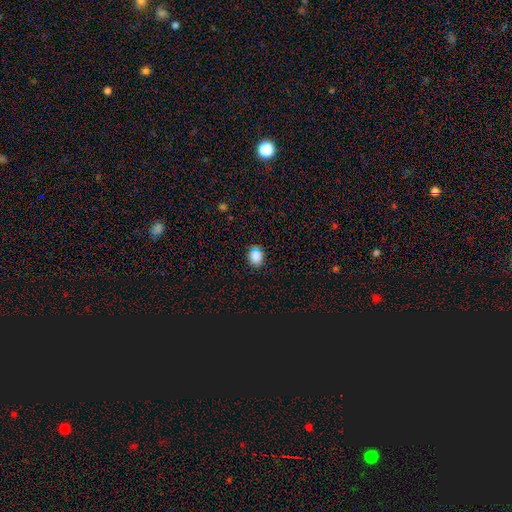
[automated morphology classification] This appears to be a smooth galaxy with no disk features (79%) that is round (56%). Merging: none (84%).